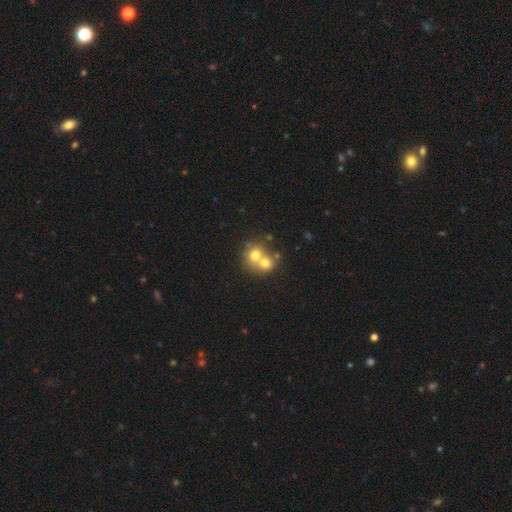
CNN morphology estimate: type=smooth (66%); roundness=round (76%); merging=merger (66%).